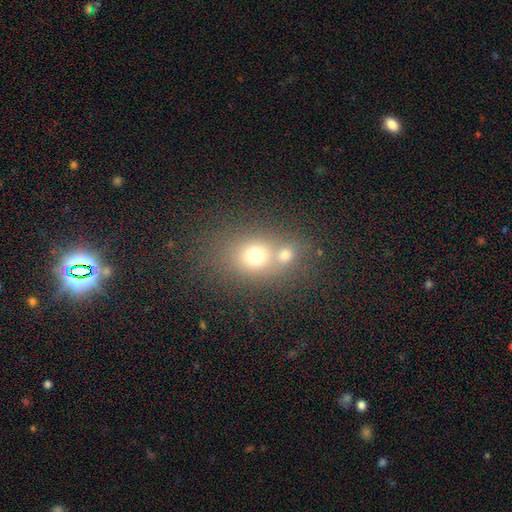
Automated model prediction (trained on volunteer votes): Smooth or featured? Predicted: smooth (p=0.69). How rounded? Predicted: round (p=0.61). Merging? Predicted: merger (p=0.56).